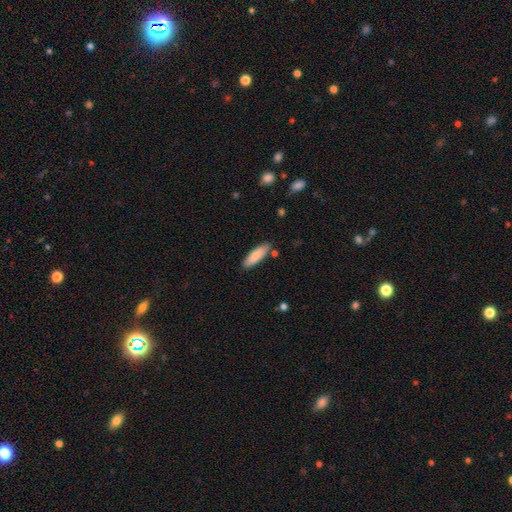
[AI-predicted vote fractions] A smooth galaxy with no disk features (82%) that is in between round and cigar-shaped (52%).

Vote fractions:
- Smooth or featured? smooth: 82% / featured or disk: 12% / star or artifact: 6%
- How rounded? in between: 52% / cigar-shaped: 47% / round: 2%
- Merging? none: 83% / minor disturbance: 11% / merger: 3% / major disturbance: 2%